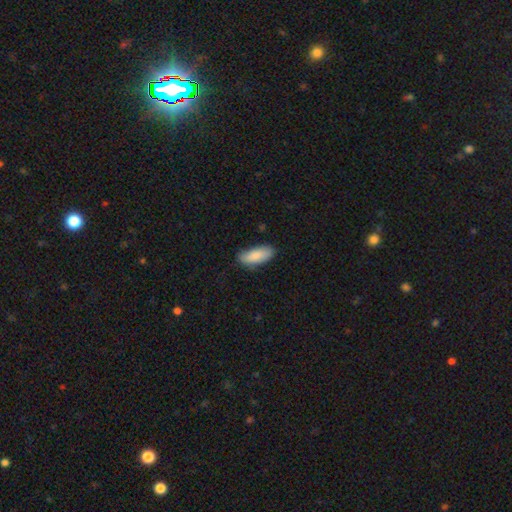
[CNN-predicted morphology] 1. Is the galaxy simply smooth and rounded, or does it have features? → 87% smooth, 8% featured or disk, 6% star or artifact.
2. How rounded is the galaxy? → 76% in between, 22% cigar-shaped, 2% round.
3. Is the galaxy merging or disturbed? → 81% none, 15% minor disturbance, 3% major disturbance, 1% merger.